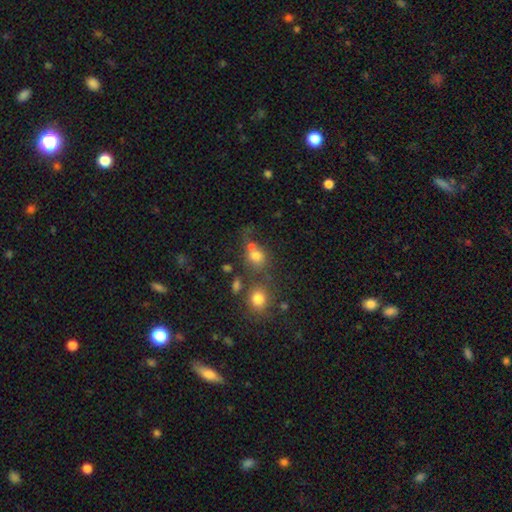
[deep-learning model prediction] Smooth or featured?
  - smooth: 72% *
  - star or artifact: 16%
  - featured or disk: 12%
How rounded?
  - round: 68% *
  - in between: 30%
  - cigar-shaped: 1%
Merging?
  - none: 44% *
  - merger: 31%
  - minor disturbance: 14%
  - major disturbance: 11%